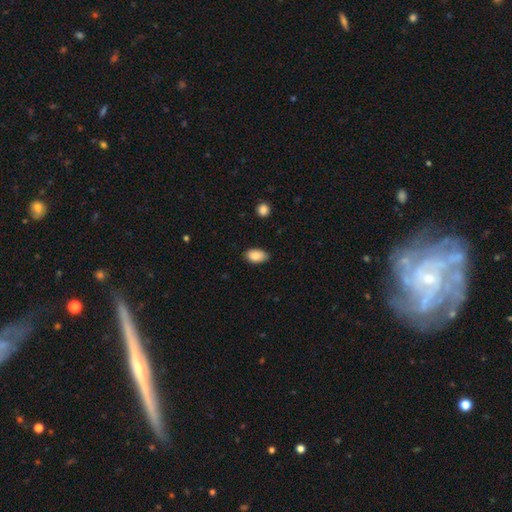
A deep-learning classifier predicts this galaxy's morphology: The model was most divided on "merging": none: 84%, minor disturbance: 13%, major disturbance: 2%, merger: 1%. More confident: how rounded — in between (93%); smooth or featured — smooth (88%).